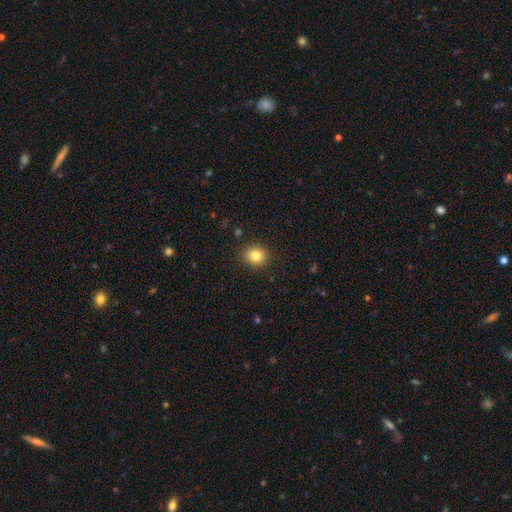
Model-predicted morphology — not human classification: smooth_or_featured: smooth (p=0.83) [alt: star or artifact p=0.11]
how_rounded: round (p=0.81) [alt: in between p=0.18]
merging: none (p=0.88) [alt: minor disturbance p=0.08]